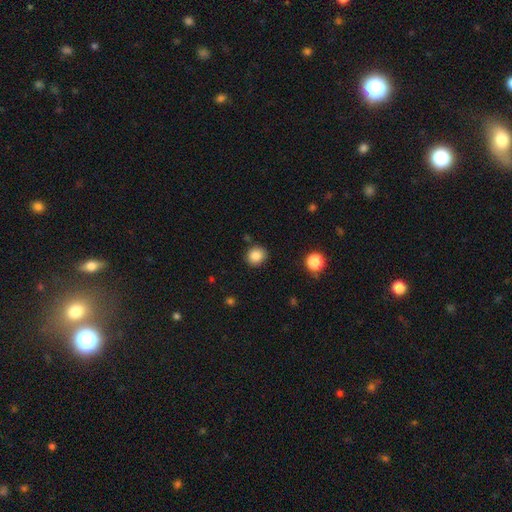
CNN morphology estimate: This is clearly a smooth galaxy (85%). How rounded: clearly round (86%). Merging: clearly none (87%).